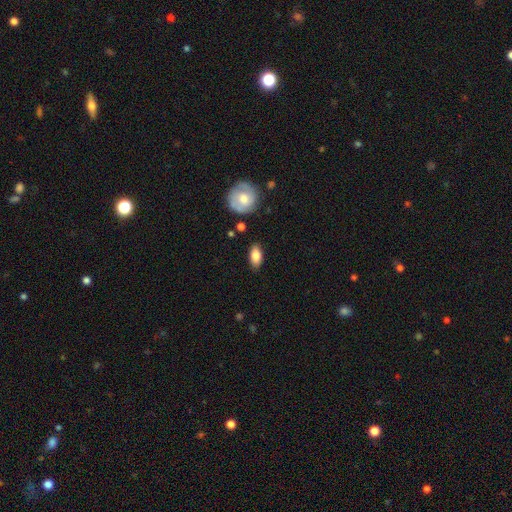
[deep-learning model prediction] Morphology: type=smooth (82%); roundness=in between (89%); merging=none (84%).